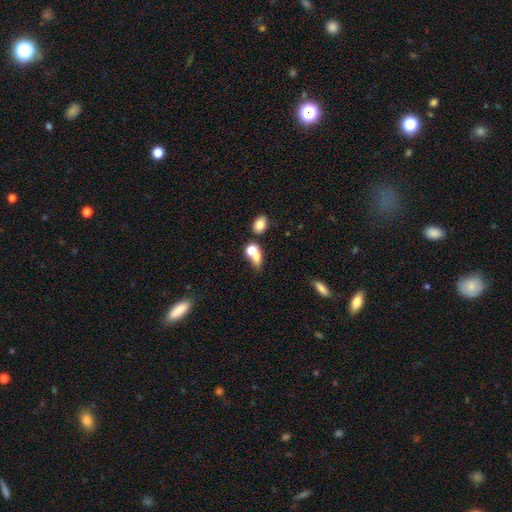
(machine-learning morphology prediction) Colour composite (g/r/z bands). It shows a smooth galaxy with no disk features (72%) that is in between round and cigar-shaped (57%). Merging: merger (53%).